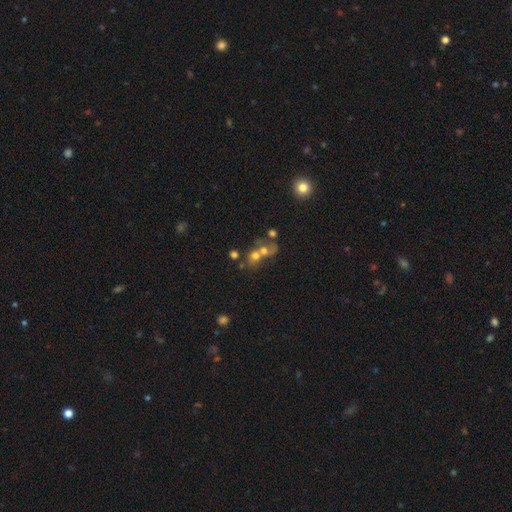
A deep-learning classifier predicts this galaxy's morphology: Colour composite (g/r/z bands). It shows a smooth galaxy with no disk features (57%) that is round (69%). Merging: merger (63%).